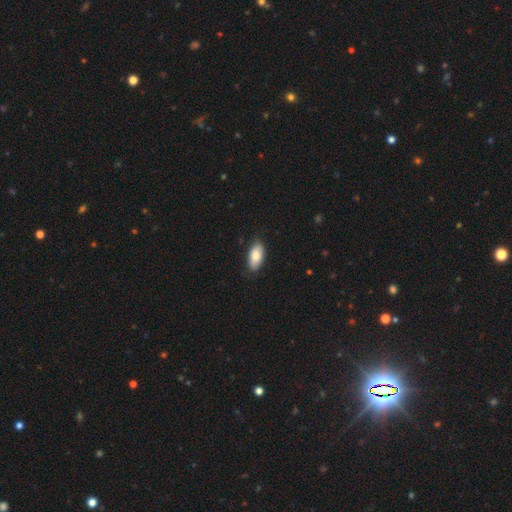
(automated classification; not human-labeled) smooth-or-featured: smooth: 82% | featured or disk: 12% | star or artifact: 6%
  how-rounded: in between: 92% | cigar-shaped: 5% | round: 3%
  merging: none: 84% | minor disturbance: 13% | major disturbance: 2% | merger: 1%